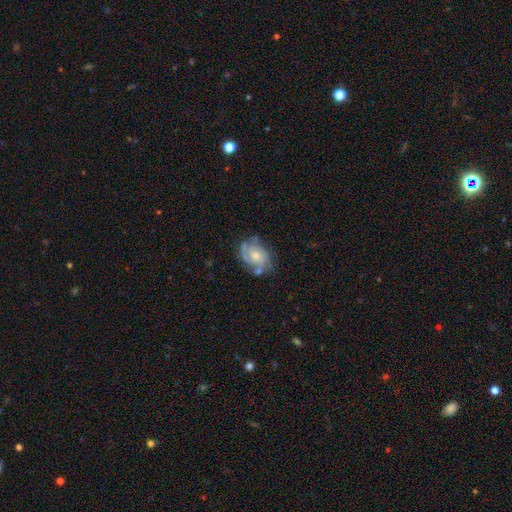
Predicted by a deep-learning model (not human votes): This is likely a featured or disk galaxy (64%). It is clearly not viewed edge-on (97%). Bar: likely no (75%). Spiral arm pattern: likely yes (79%). Central bulge: possibly moderate (53%). Merging: possibly none (55%).